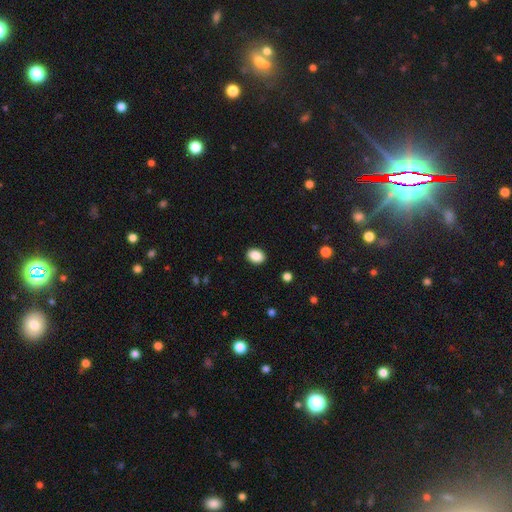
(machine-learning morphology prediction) type=smooth (89%); roundness=in between (73%); merging=none (90%).